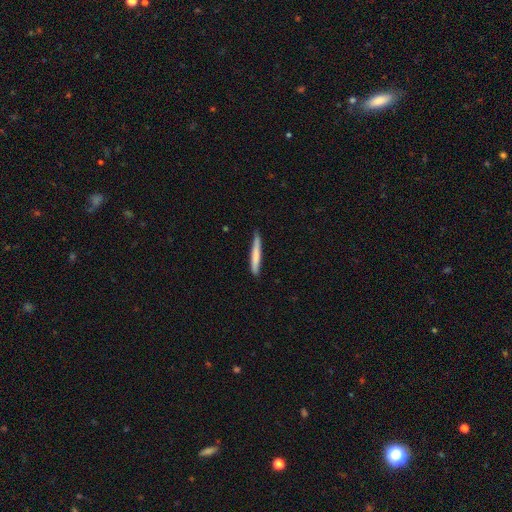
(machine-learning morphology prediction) A smooth galaxy with no disk features (72%) that is cigar-shaped (96%). Merging: none (82%).